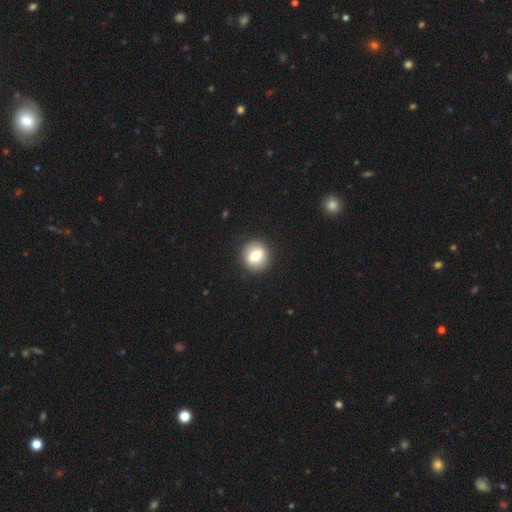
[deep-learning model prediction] Smooth or featured: smooth — 65% (featured or disk — 27%)
How rounded: round — 81% (in between — 18%)
Merging: none — 90% (minor disturbance — 6%)